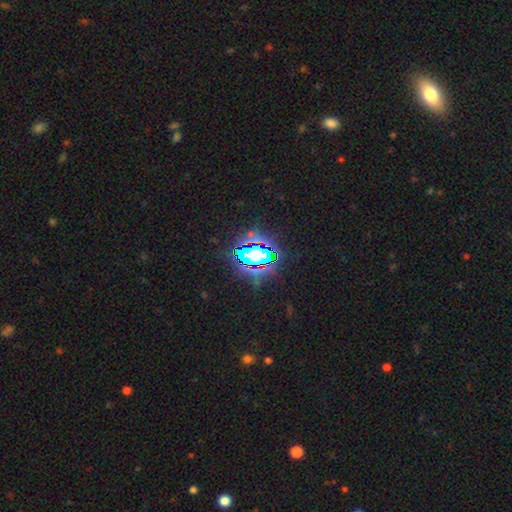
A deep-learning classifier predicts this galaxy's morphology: Smooth or featured? Predicted: star or artifact (p=0.81).